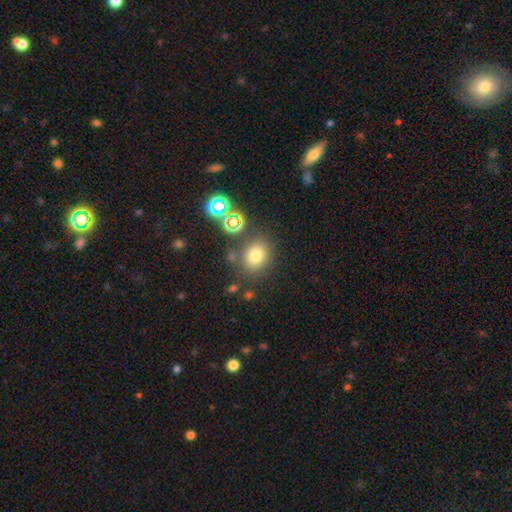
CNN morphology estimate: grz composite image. It shows a smooth galaxy with no disk features (73%) that is round (66%). Merging: none (76%).